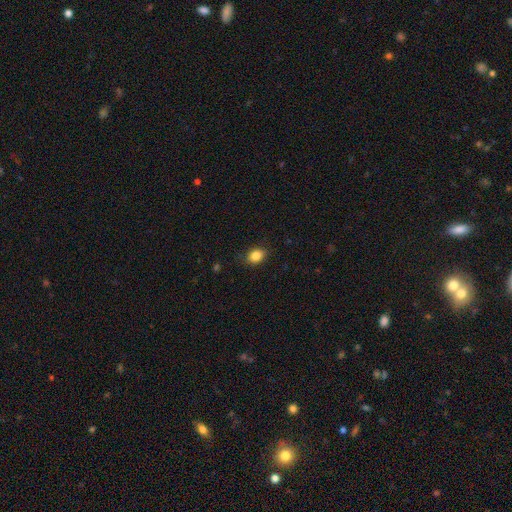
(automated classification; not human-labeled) smooth_or_featured: smooth (p=0.85) [alt: star or artifact p=0.09]
how_rounded: in between (p=0.63) [alt: round p=0.35]
merging: none (p=0.84) [alt: minor disturbance p=0.13]